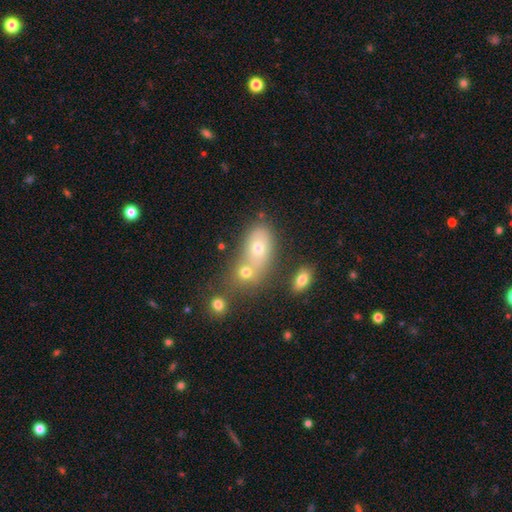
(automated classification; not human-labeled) Overall: smooth (54%; featured or disk 25%). How rounded: in between (69%). Merging: merger (44%; none 41%).